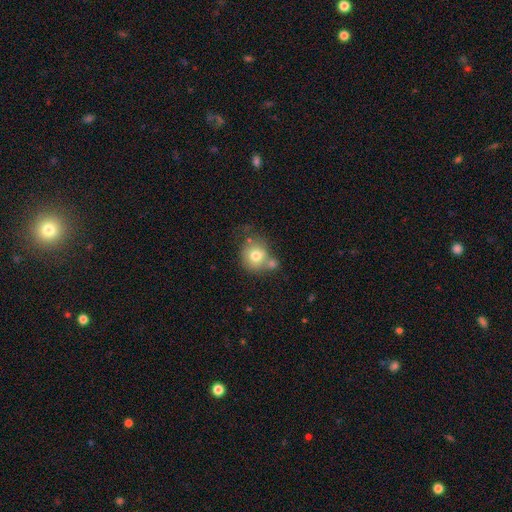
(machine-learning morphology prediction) This is likely a smooth galaxy (74%). How rounded: clearly round (82%). Merging: possibly none (48%).